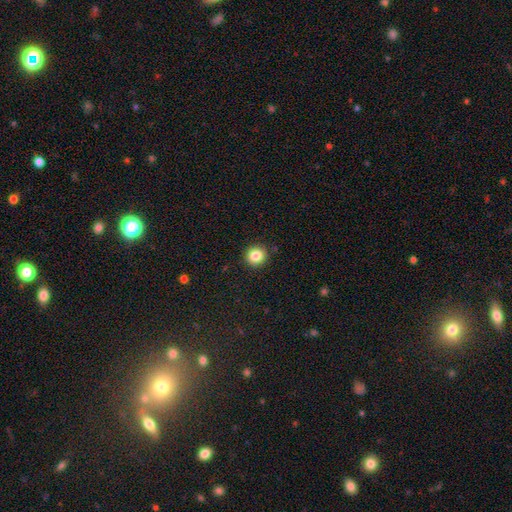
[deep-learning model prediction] Morphology: type=smooth (84%); roundness=round (92%); merging=none (91%).